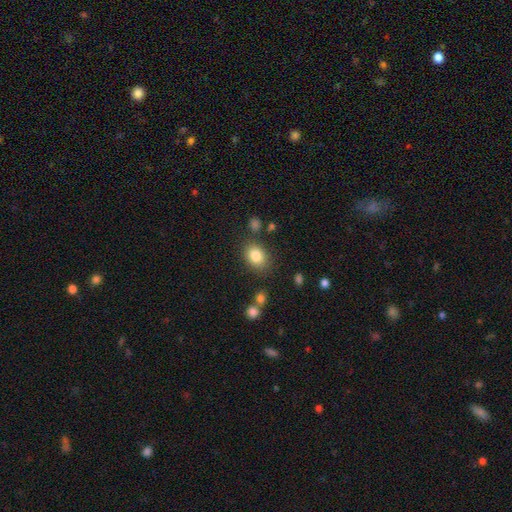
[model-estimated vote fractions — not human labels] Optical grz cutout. It shows a smooth galaxy with no disk features (83%) that is in between round and cigar-shaped (59%). Merging: none (79%).